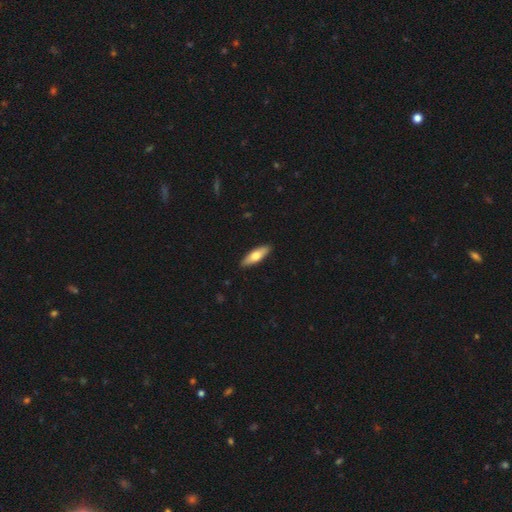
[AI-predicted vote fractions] Smooth or featured?
  - smooth: 64% *
  - featured or disk: 31%
  - star or artifact: 5%
How rounded?
  - in between: 49% * (tied)
  - cigar-shaped: 49% * (tied)
  - round: 2%
Merging?
  - none: 90% *
  - minor disturbance: 7%
  - major disturbance: 1%
  - merger: 1%